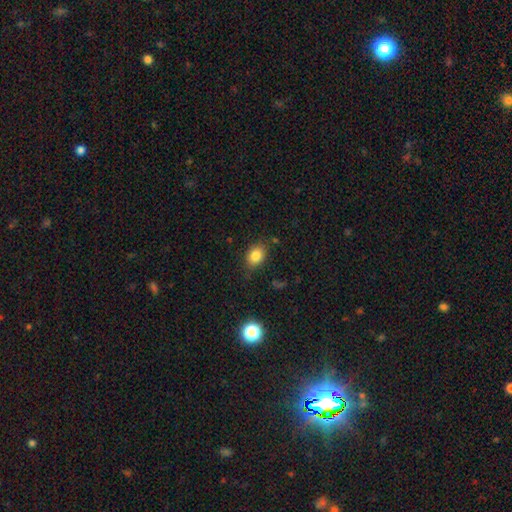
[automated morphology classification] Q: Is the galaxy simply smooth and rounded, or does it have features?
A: smooth — 82%.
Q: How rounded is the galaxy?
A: in between — 68%.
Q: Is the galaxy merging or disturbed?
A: none — 80%.